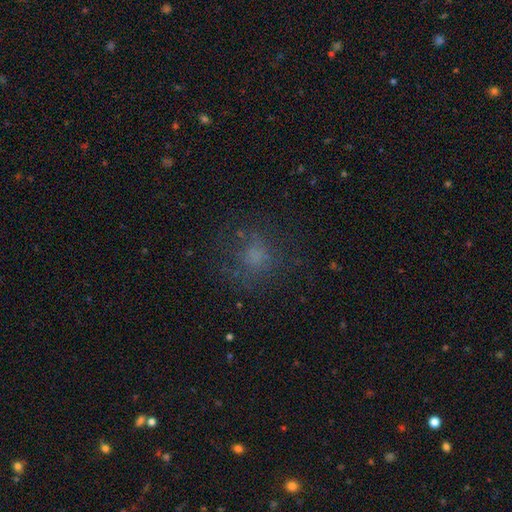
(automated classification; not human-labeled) Smooth or featured? smooth (58%)
How rounded? round (82%)
Merging? none (67%)